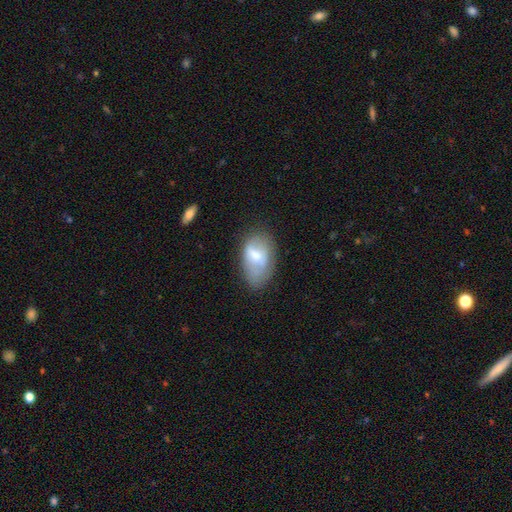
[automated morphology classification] Overall: smooth (60%; featured or disk 32%). How rounded: in between (89%). Merging: none (50%; minor disturbance 31%).